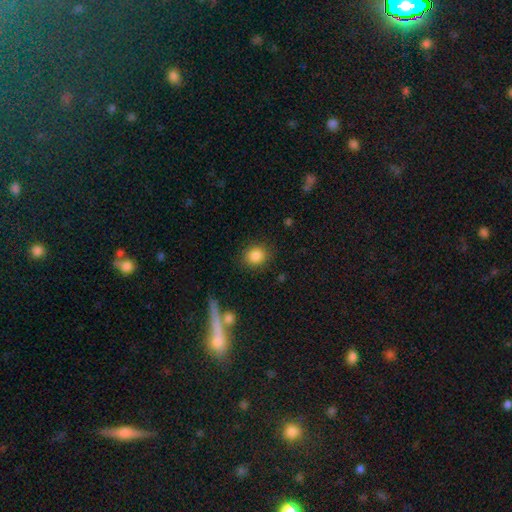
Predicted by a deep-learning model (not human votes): The model was most divided on "how rounded": round: 79%, in between: 19%, cigar-shaped: 1%. More confident: merging — none (87%); smooth or featured — smooth (86%).